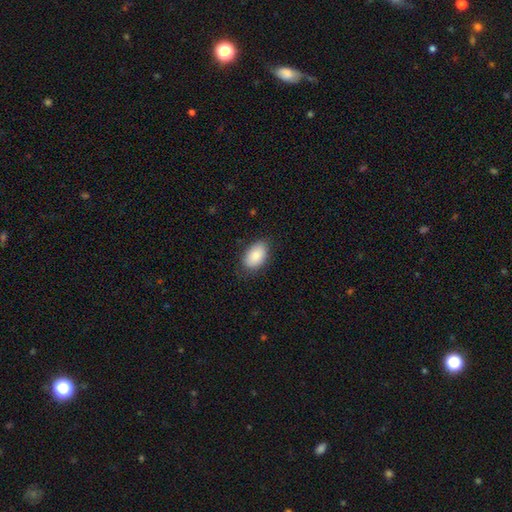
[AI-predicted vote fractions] Smooth or featured?
  - smooth: 86% *
  - featured or disk: 7%
  - star or artifact: 7%
How rounded?
  - in between: 92% *
  - round: 7%
  - cigar-shaped: 1%
Merging?
  - none: 79% *
  - minor disturbance: 17%
  - major disturbance: 4%
  - merger: 1%